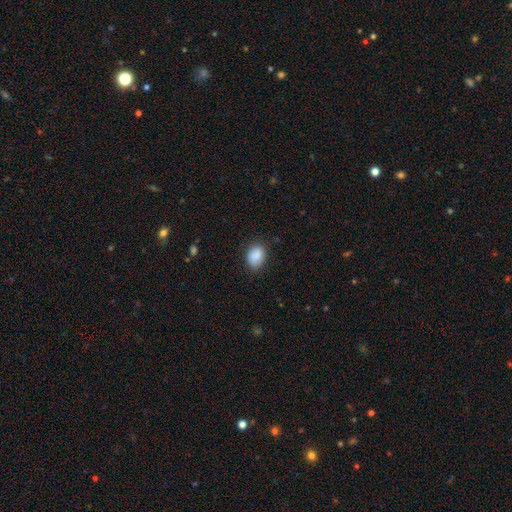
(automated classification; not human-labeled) Smooth or featured? Predicted: smooth (p=0.89). How rounded? Predicted: in between (p=0.71). Merging? Predicted: none (p=0.81).